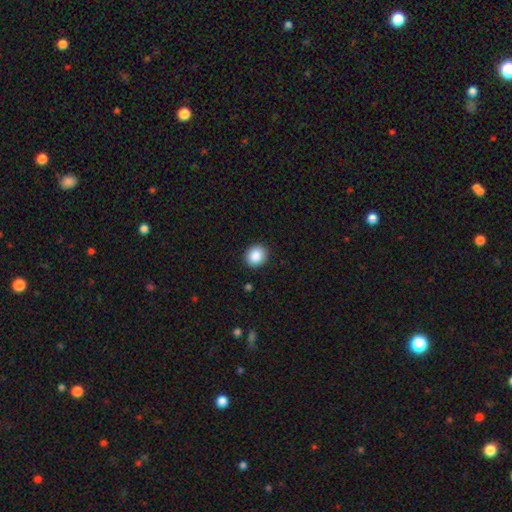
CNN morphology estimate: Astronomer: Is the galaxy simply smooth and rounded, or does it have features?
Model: smooth — 88%.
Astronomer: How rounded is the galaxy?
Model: round — 69%.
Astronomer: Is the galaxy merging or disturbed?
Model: none — 90%.